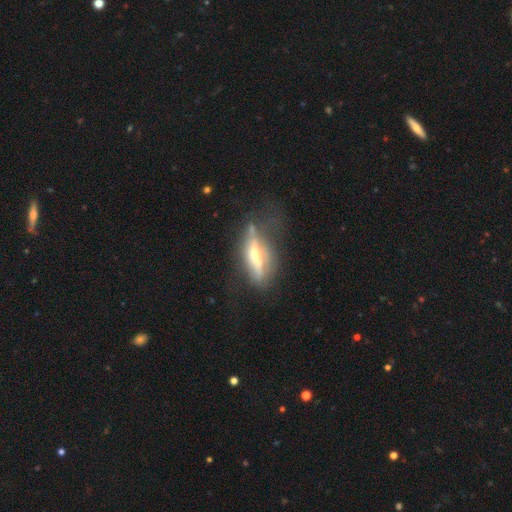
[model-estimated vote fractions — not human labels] A featured or disk galaxy (65%) viewed edge-on (76%). Merging: none (49%).